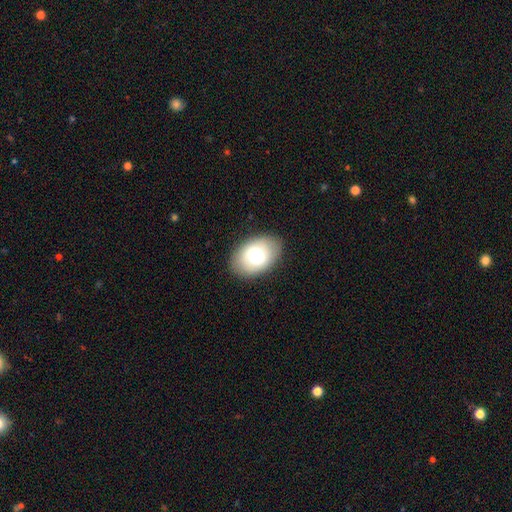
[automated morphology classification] Smooth or featured? smooth (69%)
How rounded? in between (84%)
Merging? none (85%)